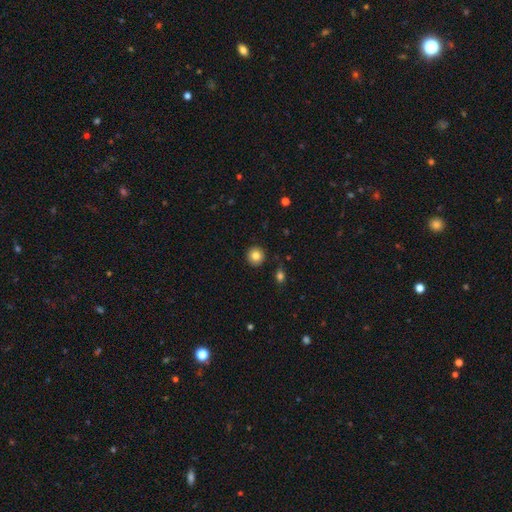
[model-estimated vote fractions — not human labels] Morphology: type=smooth (83%); roundness=round (93%); merging=none (90%).